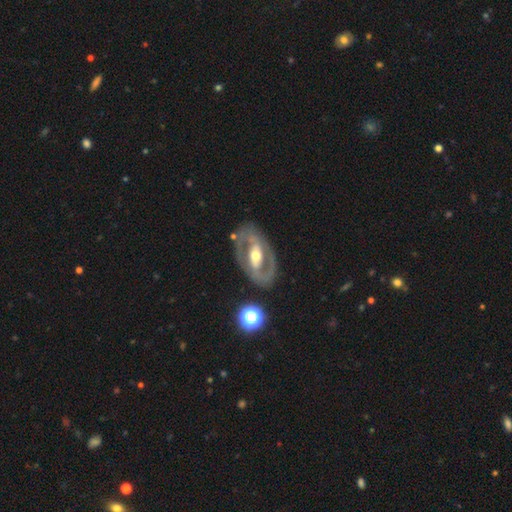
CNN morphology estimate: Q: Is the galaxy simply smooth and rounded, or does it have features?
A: featured or disk — 80%.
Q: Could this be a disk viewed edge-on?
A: no — 93%.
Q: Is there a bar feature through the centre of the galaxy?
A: strong — 42%.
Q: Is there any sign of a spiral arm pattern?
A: yes — 64%.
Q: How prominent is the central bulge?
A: moderate — 69%.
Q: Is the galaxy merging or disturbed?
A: none — 78%.